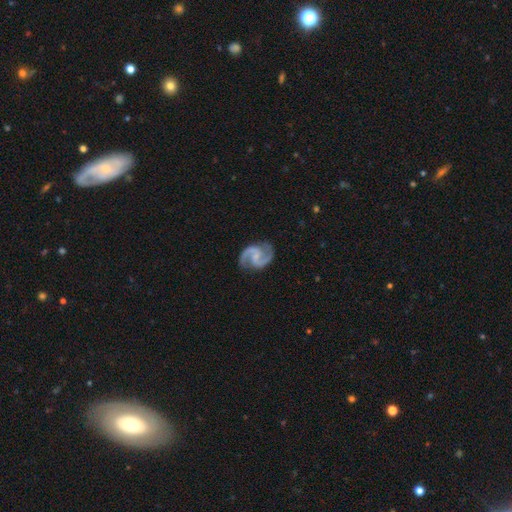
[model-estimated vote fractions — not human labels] The model was most divided on "bar": weak: 47%, no: 38%, strong: 15%. Remaining: edge-on disk — no (99%); spiral arms — yes (98%); spiral arm count — 2 (95%); smooth or featured — featured or disk (93%); merging — none (84%); spiral winding — medium (63%); bulge size — small (49%).